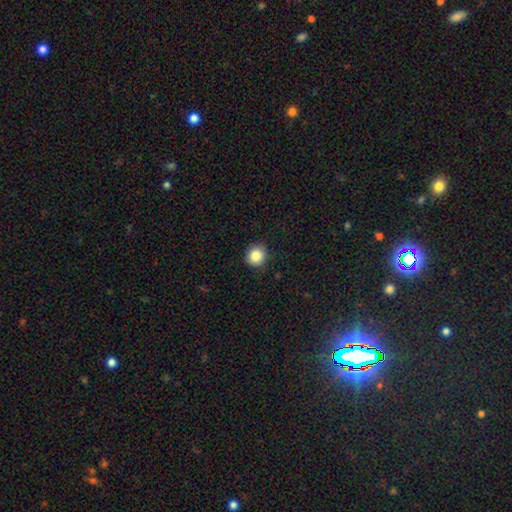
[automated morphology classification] smooth-or-featured: smooth: 87% | star or artifact: 9% | featured or disk: 4%
  how-rounded: round: 90% | in between: 9% | cigar-shaped: 1%
  merging: none: 88% | minor disturbance: 9% | major disturbance: 2% | merger: 1%